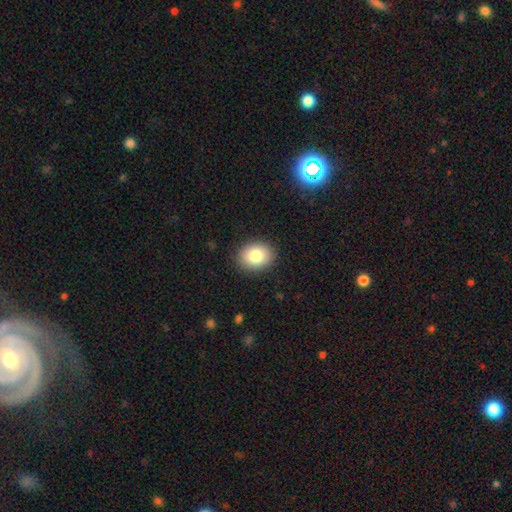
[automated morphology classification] A smooth galaxy with no disk features (81%) that is in between round and cigar-shaped (51%). Merging: none (89%).